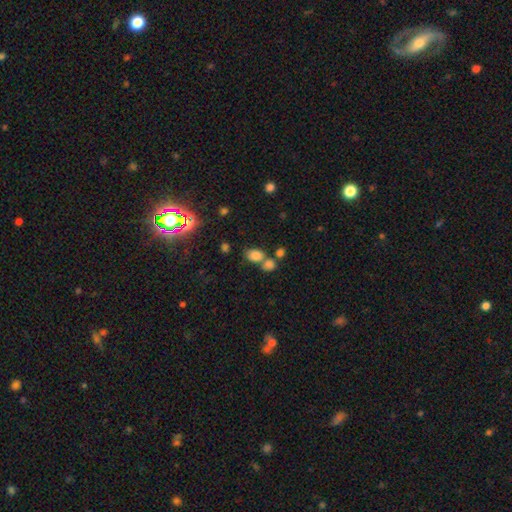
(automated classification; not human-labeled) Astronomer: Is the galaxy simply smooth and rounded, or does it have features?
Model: smooth — 77%.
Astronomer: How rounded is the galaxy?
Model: in between — 74%.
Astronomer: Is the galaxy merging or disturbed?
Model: none — 45% (runner-up: merger, 40%).